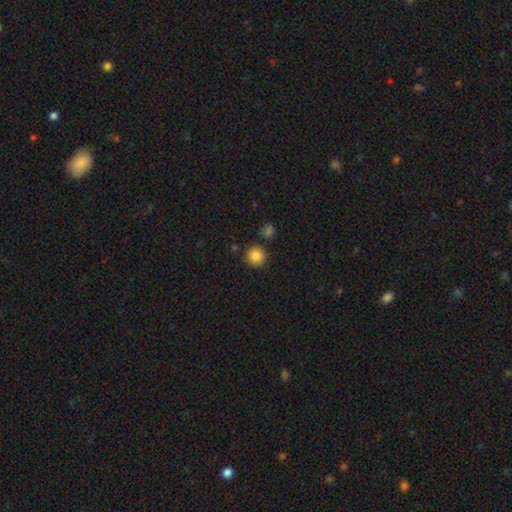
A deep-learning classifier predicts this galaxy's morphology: A smooth galaxy with no disk features (86%) that is round (93%). Merging: none (86%).